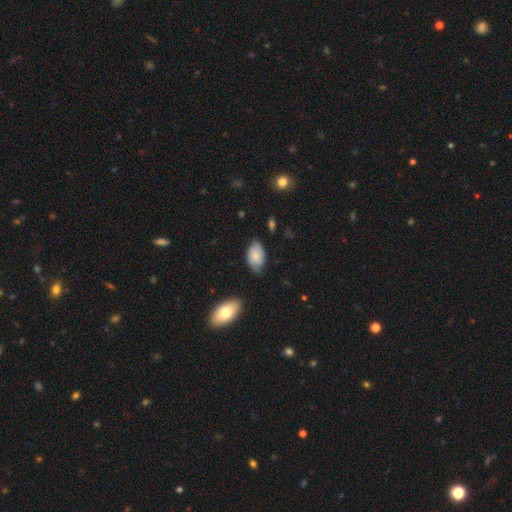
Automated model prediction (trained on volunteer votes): Overall: smooth (67%). How rounded: in between (92%). Merging: none (65%; minor disturbance 28%).